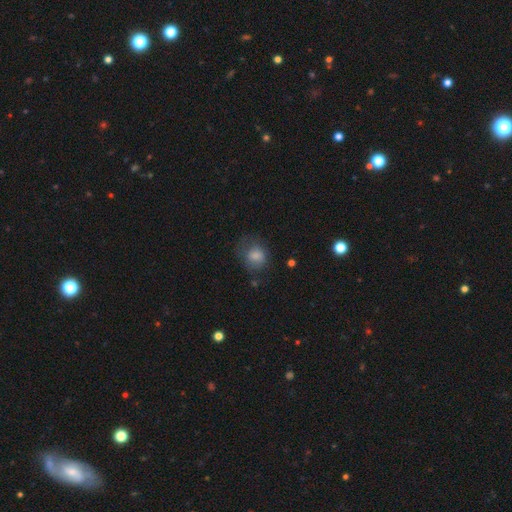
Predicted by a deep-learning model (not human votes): Smooth or featured?
  - smooth: 76% *
  - featured or disk: 14%
  - star or artifact: 10%
How rounded?
  - round: 56% *
  - in between: 43%
  - cigar-shaped: 1%
Merging?
  - none: 50% *
  - minor disturbance: 27%
  - major disturbance: 20%
  - merger: 2%